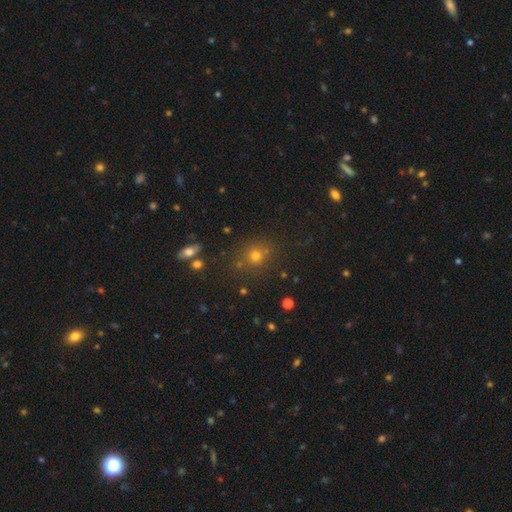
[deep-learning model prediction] A smooth galaxy with no disk features (67%) that is round (86%).

Vote fractions:
- Smooth or featured? smooth: 67% / star or artifact: 24% / featured or disk: 9%
- How rounded? round: 86% / in between: 13% / cigar-shaped: 1%
- Merging? none: 79% / minor disturbance: 10% / merger: 7% / major disturbance: 4%